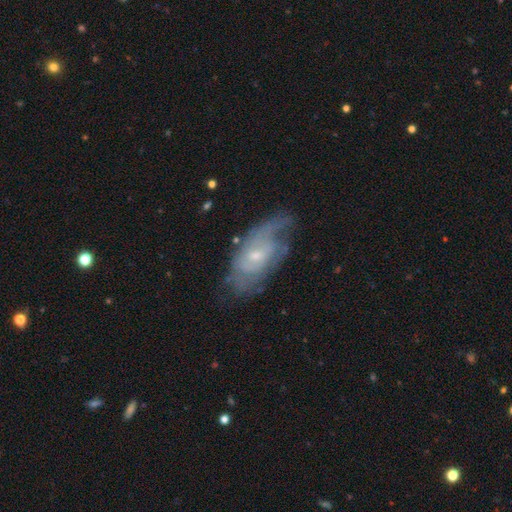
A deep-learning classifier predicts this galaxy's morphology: A featured or disk galaxy (72%) with no bar (59%), tight (43%) spiral arms (80%) and a small central bulge (65%).

Vote fractions:
- Smooth or featured? featured or disk: 72% / smooth: 20% / star or artifact: 7%
- Edge-on disk? no: 92% / yes: 8%
- Bar? no: 59% / weak: 36% / strong: 5%
- Spiral arms? yes: 80% / no: 20%
- Spiral winding? tight: 43% / medium: 38% / loose: 19%
- Spiral arm count? can't tell: 46% / 2: 29% / 1: 12% / 3: 7% / 4: 3% / more than 4: 3%
- Bulge size? small: 65% / moderate: 29% / none: 3% / large: 2% / dominant: 1%
- Merging? none: 54% / minor disturbance: 26% / major disturbance: 18% / merger: 2%